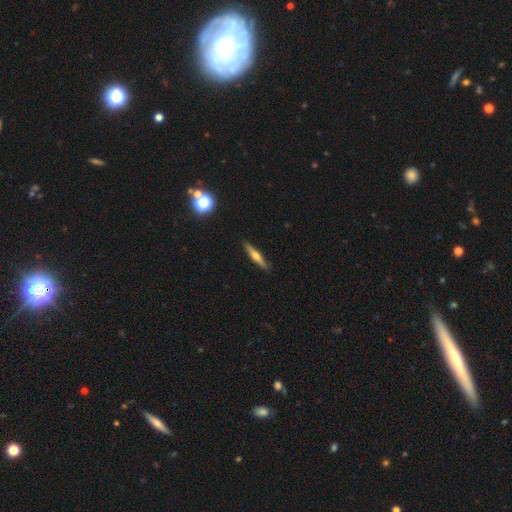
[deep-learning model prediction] Smooth or featured? featured or disk (56%)
Edge-on disk? yes (96%)
Edge-on bulge? rounded (90%)
Merging? none (90%)